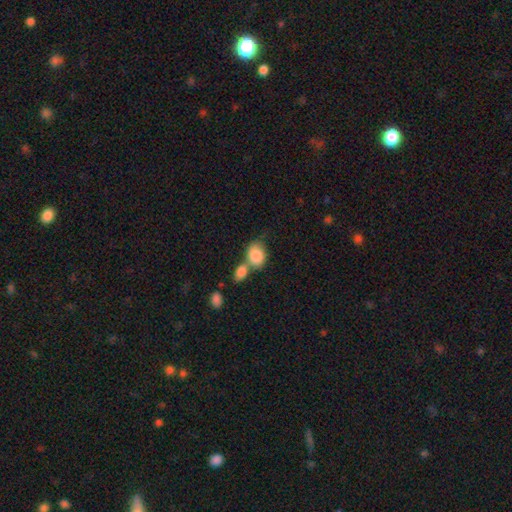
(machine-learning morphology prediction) Overall: smooth (85%). How rounded: in between (70%). Merging: merger (55%; none 28%).